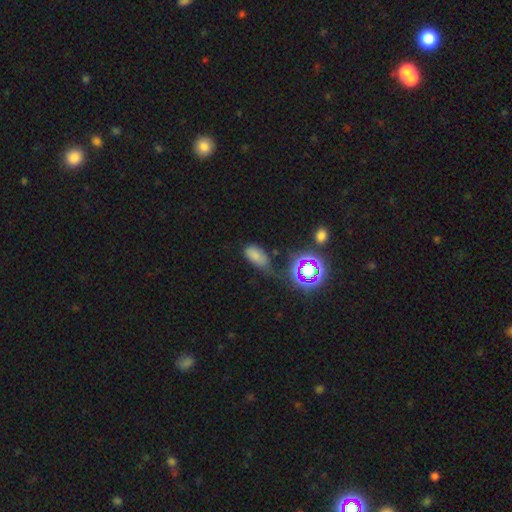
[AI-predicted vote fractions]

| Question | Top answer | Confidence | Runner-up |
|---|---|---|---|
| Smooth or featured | smooth | 64% | star or artifact (25%) |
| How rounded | in between | 89% | round (6%) |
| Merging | none | 48% | minor disturbance (31%) |